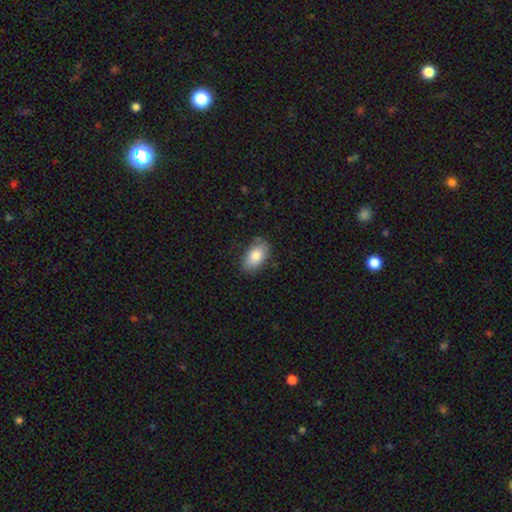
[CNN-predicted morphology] Q: Smooth or featured?
A: smooth (83%); runner-up: featured or disk (11%)
Q: How rounded?
A: in between (93%); runner-up: round (5%)
Q: Merging?
A: none (80%); runner-up: minor disturbance (15%)